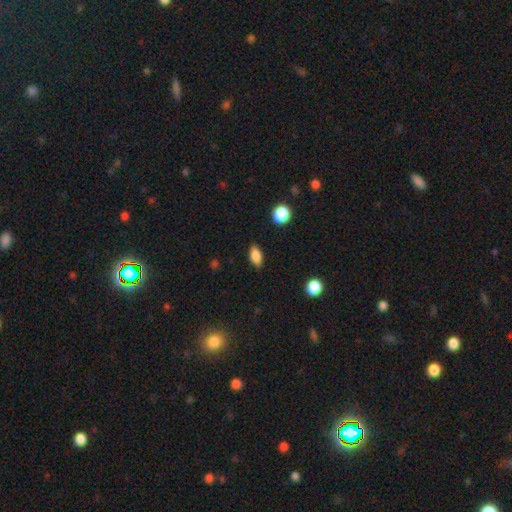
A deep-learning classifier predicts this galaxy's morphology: smooth 84%, star or artifact 8%, featured or disk 8%. Down the decision tree: how rounded — in between (85%); merging — none (86%).